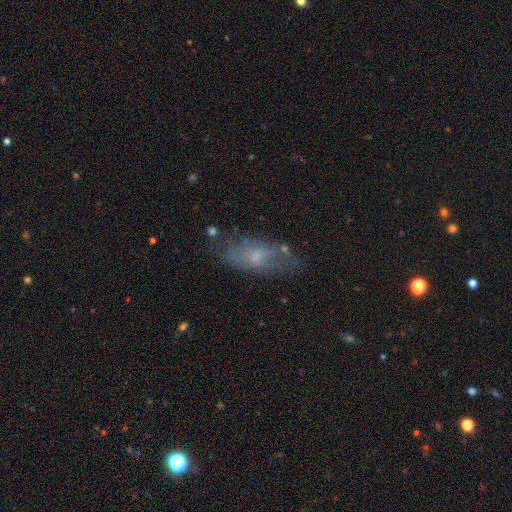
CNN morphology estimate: smooth-or-featured: smooth: 51% | featured or disk: 39% | star or artifact: 10%
  how-rounded: in between: 73% | cigar-shaped: 23% | round: 3%
  merging: none: 64% | minor disturbance: 22% | major disturbance: 10% | merger: 4%